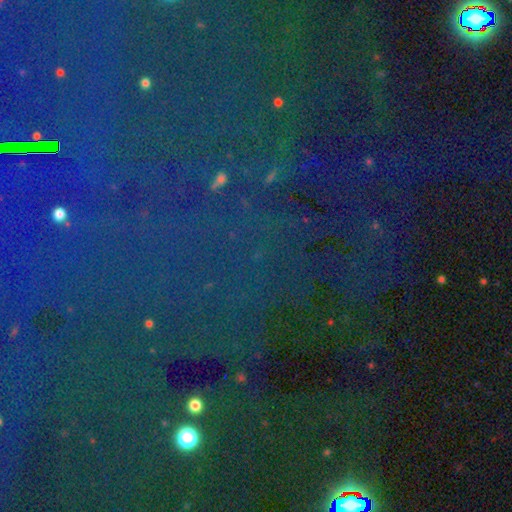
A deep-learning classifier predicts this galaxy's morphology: Smooth or featured? Predicted: star or artifact (p=0.84).